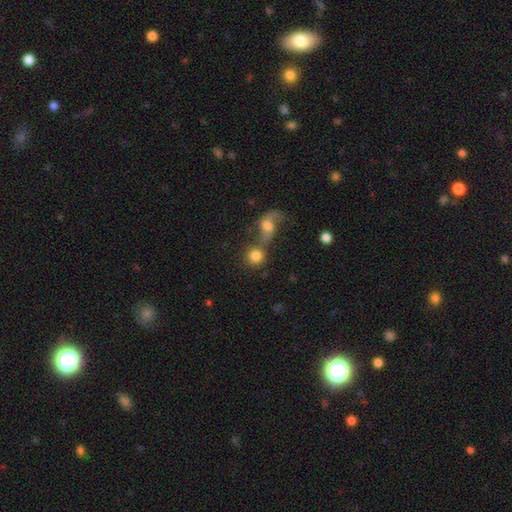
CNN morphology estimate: smooth_or_featured: smooth (p=0.78) [alt: featured or disk p=0.13]
how_rounded: round (p=0.90) [alt: in between p=0.08]
merging: none (p=0.51) [alt: merger p=0.36]